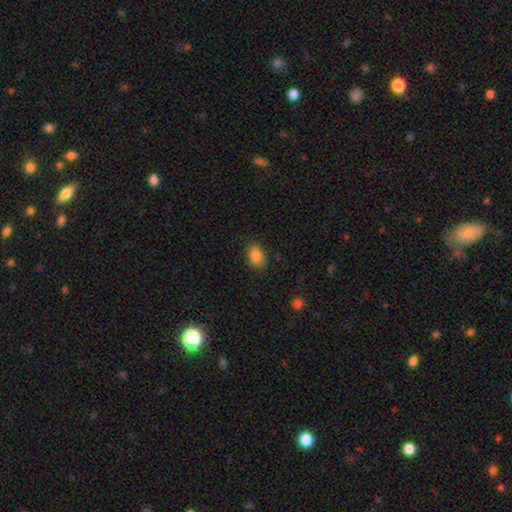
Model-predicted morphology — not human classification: Smooth or featured? smooth (86%)
How rounded? in between (75%)
Merging? none (86%)